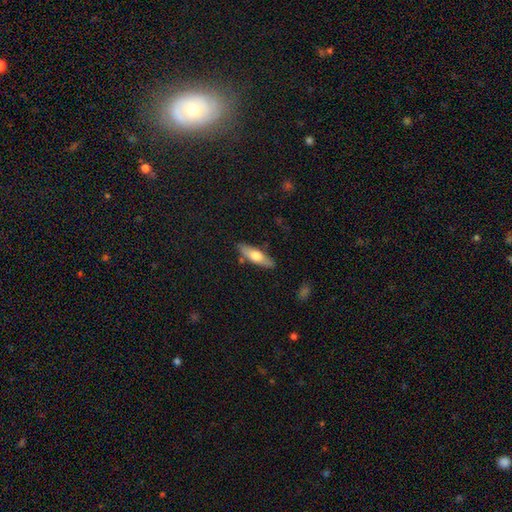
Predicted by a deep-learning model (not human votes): Smooth or featured?
  - smooth: 59% *
  - featured or disk: 35%
  - star or artifact: 6%
How rounded?
  - cigar-shaped: 54% *
  - in between: 44%
  - round: 2%
Merging?
  - none: 81% *
  - minor disturbance: 13%
  - merger: 3%
  - major disturbance: 3%